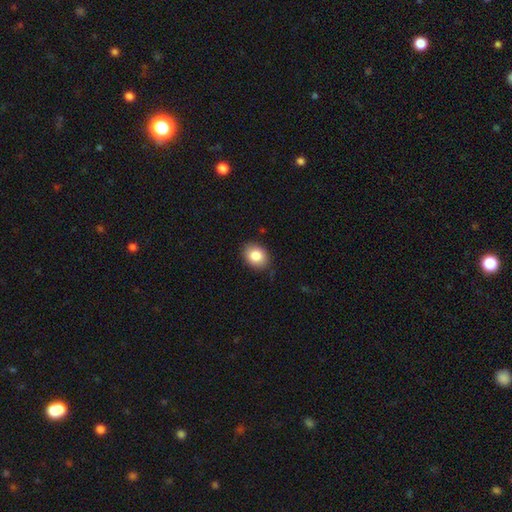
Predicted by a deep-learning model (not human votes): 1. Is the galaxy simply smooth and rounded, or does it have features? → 85% smooth, 8% star or artifact, 7% featured or disk.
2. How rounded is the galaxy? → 58% in between, 41% round, 1% cigar-shaped.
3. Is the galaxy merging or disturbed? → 85% none, 12% minor disturbance, 2% major disturbance, 1% merger.